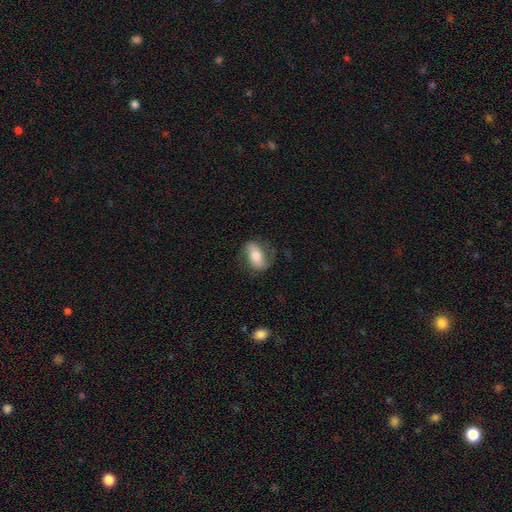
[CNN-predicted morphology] smooth_or_featured: featured or disk (p=0.47) [alt: smooth p=0.46]
merging: none (p=0.71) [alt: minor disturbance p=0.19]